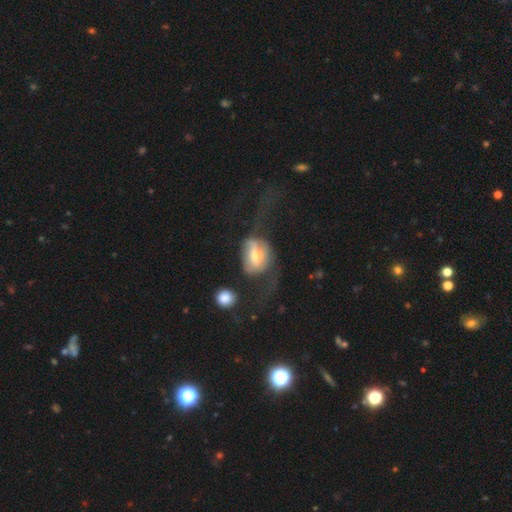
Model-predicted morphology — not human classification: The model was most divided on "smooth or featured": featured or disk: 47%, smooth: 46%, star or artifact: 7%. More confident: merging — major disturbance (53%).